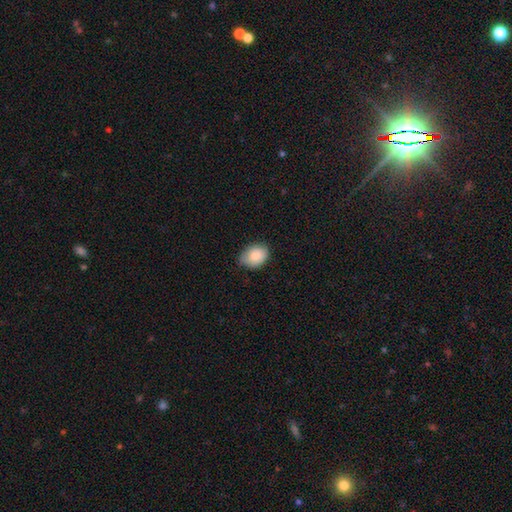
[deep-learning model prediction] Q: Smooth or featured?
A: smooth (87%); runner-up: star or artifact (7%)
Q: How rounded?
A: in between (68%); runner-up: round (31%)
Q: Merging?
A: none (68%); runner-up: minor disturbance (27%)